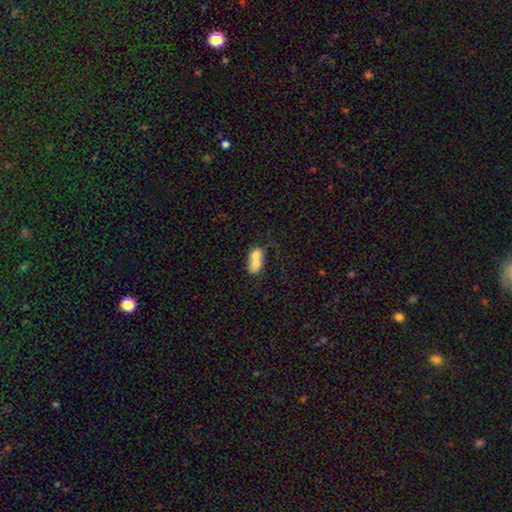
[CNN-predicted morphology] Smooth or featured? Predicted: smooth (p=0.65). How rounded? Predicted: in between (p=0.70). Merging? Predicted: merger (p=0.73).